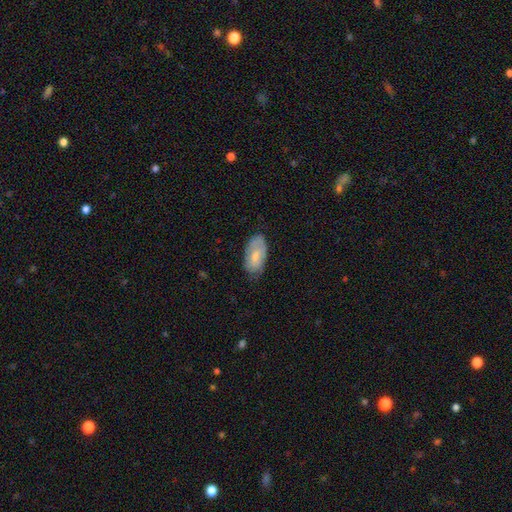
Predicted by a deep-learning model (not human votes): smooth_or_featured: smooth (p=0.60) [alt: featured or disk p=0.34]
how_rounded: in between (p=0.93) [alt: round p=0.04]
merging: none (p=0.66) [alt: minor disturbance p=0.26]